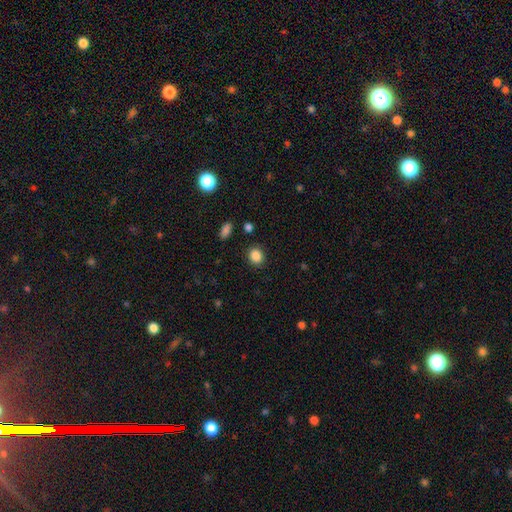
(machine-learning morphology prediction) This appears to be a smooth galaxy with no disk features (87%) that is round (63%). Merging: none (88%).